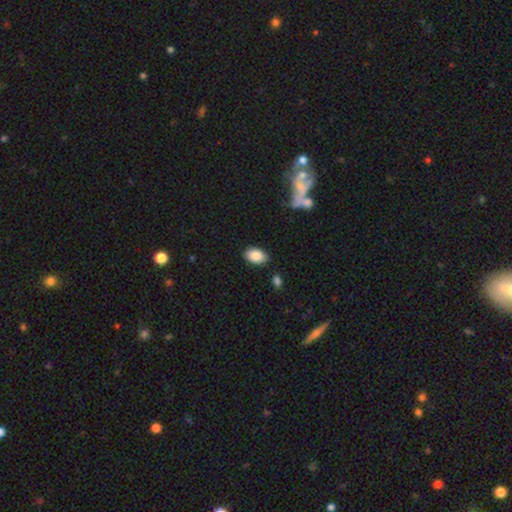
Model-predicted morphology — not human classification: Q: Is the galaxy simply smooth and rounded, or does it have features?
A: smooth — 87%.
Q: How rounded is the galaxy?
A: in between — 90%.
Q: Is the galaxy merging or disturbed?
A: none — 85%.